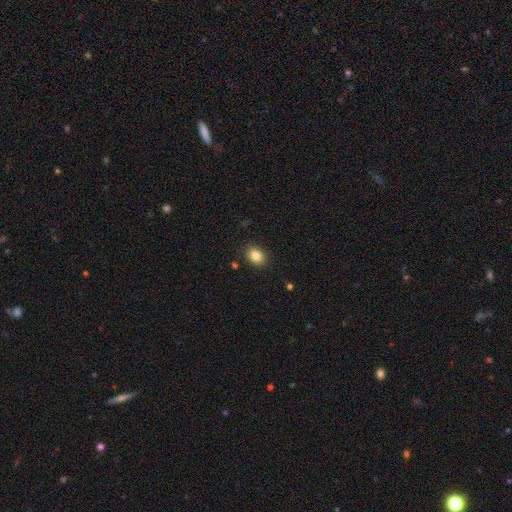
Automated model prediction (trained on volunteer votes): Q: Smooth or featured?
A: smooth (84%); runner-up: star or artifact (9%)
Q: How rounded?
A: in between (70%); runner-up: round (29%)
Q: Merging?
A: none (88%); runner-up: minor disturbance (9%)